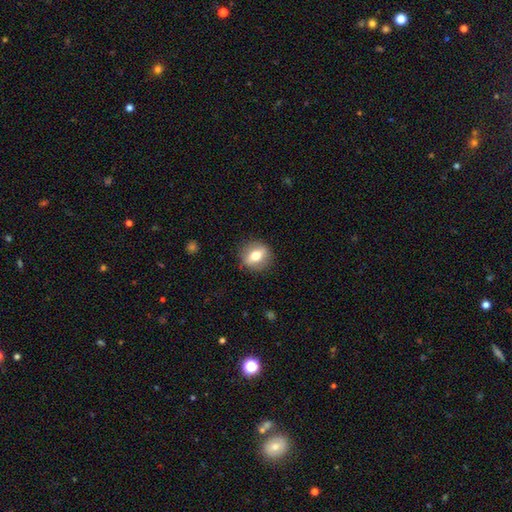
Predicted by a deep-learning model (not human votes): Q: Smooth or featured?
A: smooth (64%); runner-up: featured or disk (28%)
Q: How rounded?
A: round (67%); runner-up: in between (31%)
Q: Merging?
A: none (87%); runner-up: minor disturbance (9%)